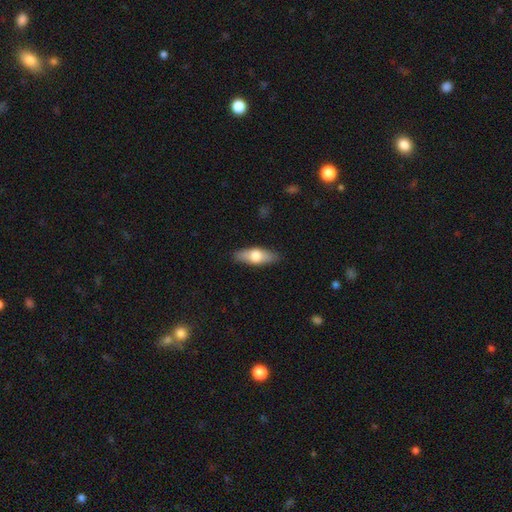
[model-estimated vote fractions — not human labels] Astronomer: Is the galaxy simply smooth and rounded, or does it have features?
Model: smooth — 62%.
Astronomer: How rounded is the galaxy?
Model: in between — 64%.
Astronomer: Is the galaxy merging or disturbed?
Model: none — 87%.